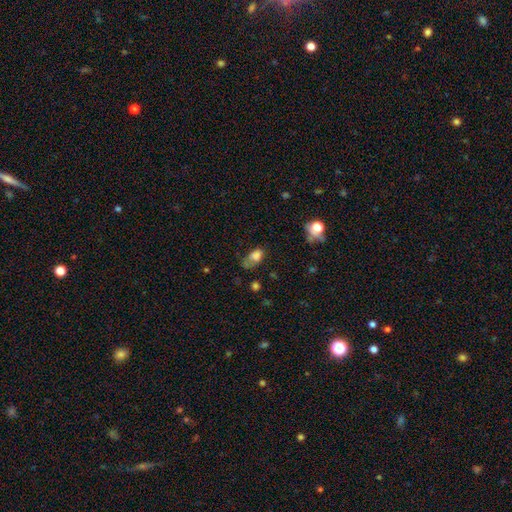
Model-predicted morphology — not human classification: This appears to be a smooth galaxy with no disk features (74%) that is in between round and cigar-shaped (81%). Merging: none (34%).